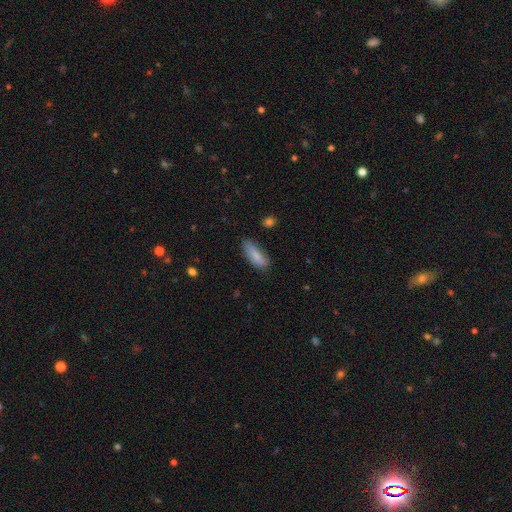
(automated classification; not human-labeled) smooth_or_featured: smooth (p=0.83) [alt: featured or disk p=0.10]
how_rounded: in between (p=0.70) [alt: cigar-shaped p=0.28]
merging: none (p=0.74) [alt: minor disturbance p=0.20]